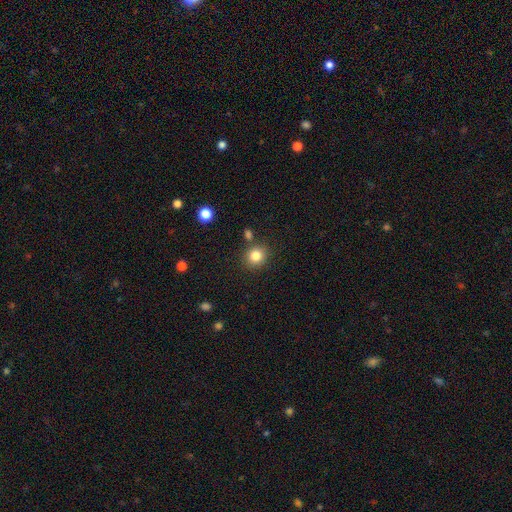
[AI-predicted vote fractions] smooth_or_featured: smooth (p=0.83) [alt: star or artifact p=0.11]
how_rounded: round (p=0.83) [alt: in between p=0.16]
merging: none (p=0.82) [alt: minor disturbance p=0.09]